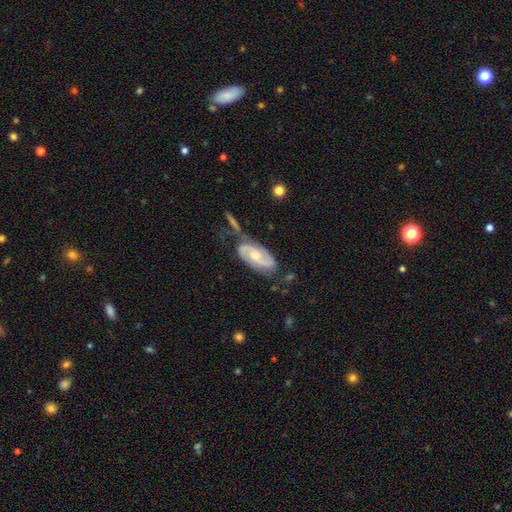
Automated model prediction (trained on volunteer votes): This is clearly a featured or disk galaxy (80%). It is clearly not viewed edge-on (95%). Bar: possibly no (49%). Spiral arm pattern: clearly yes (95%). Spiral arm count: clearly 2 (89%). Spiral winding: possibly medium (47%). Central bulge: possibly moderate (56%). Merging: possibly none (58%).